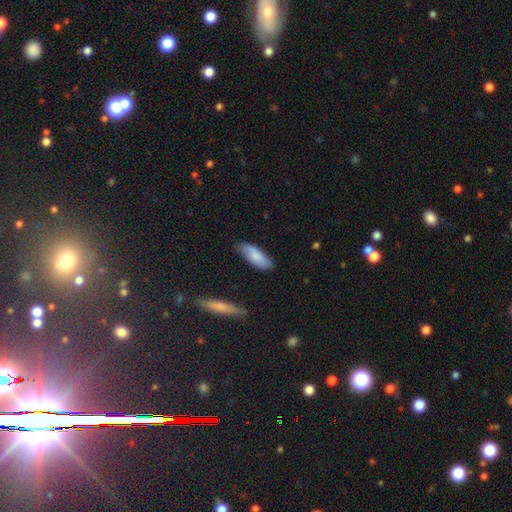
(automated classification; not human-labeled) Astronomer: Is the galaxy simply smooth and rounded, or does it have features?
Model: smooth — 78%.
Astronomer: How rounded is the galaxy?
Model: in between — 72%.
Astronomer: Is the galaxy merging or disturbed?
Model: none — 77%.